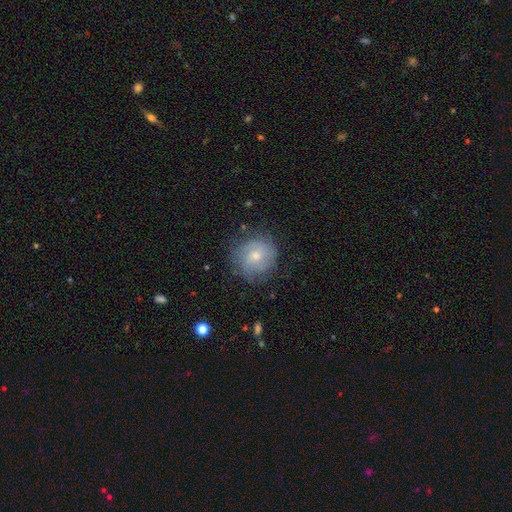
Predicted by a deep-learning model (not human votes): Smooth or featured: smooth — 48% (featured or disk — 43%)
Merging: none — 73% (minor disturbance — 19%)